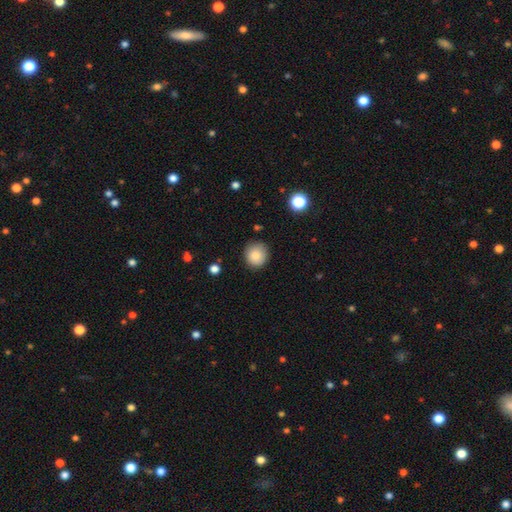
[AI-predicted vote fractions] Morphology: type=smooth (86%); roundness=round (89%); merging=none (85%).